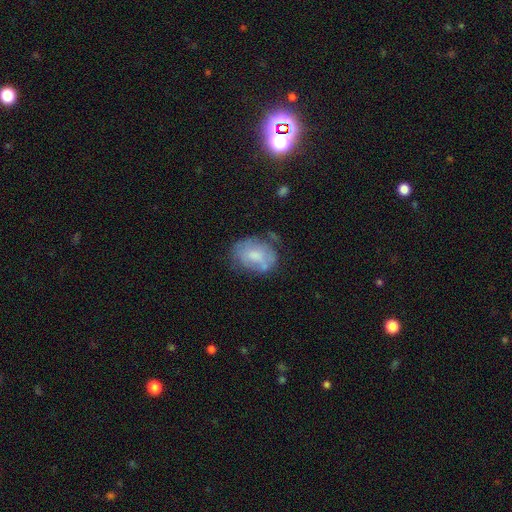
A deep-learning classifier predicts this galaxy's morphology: Smooth or featured? Predicted: smooth (p=0.56). How rounded? Predicted: in between (p=0.68). Merging? Predicted: none (p=0.53).